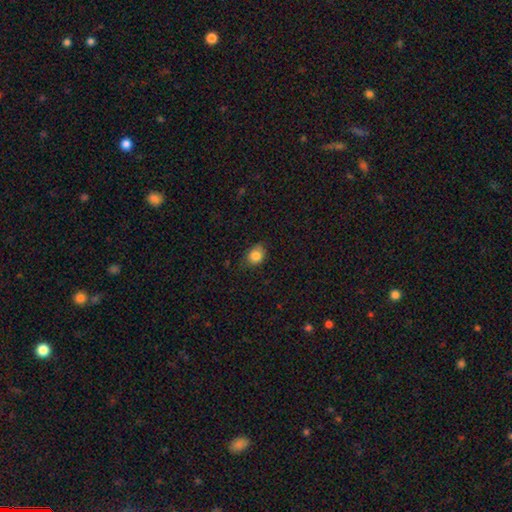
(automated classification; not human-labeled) This is clearly a smooth galaxy (84%). How rounded: possibly in between (55%). Merging: likely none (72%).